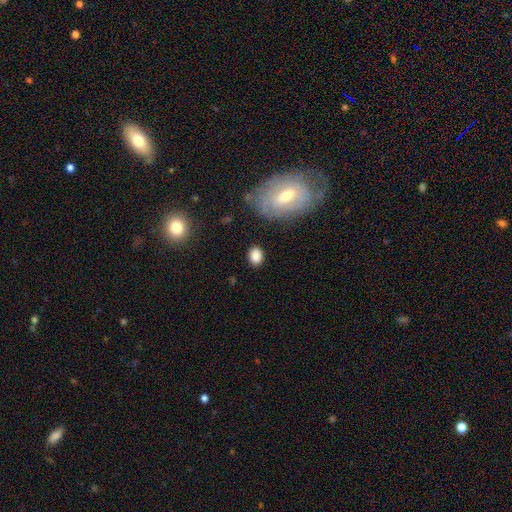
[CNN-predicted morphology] A smooth galaxy with no disk features (85%) that is in between round and cigar-shaped (72%).

Vote fractions:
- Smooth or featured? smooth: 85% / star or artifact: 8% / featured or disk: 6%
- How rounded? in between: 72% / round: 26% / cigar-shaped: 2%
- Merging? none: 82% / minor disturbance: 12% / major disturbance: 4% / merger: 2%